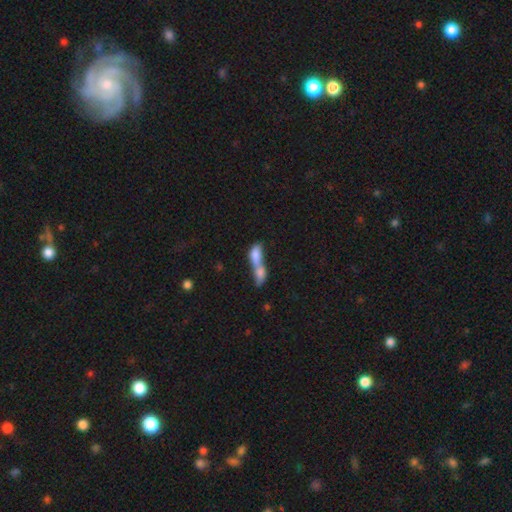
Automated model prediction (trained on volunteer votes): Smooth or featured? Predicted: smooth (p=0.71). How rounded? Predicted: in between (p=0.70). Merging? Predicted: merger (p=0.82).